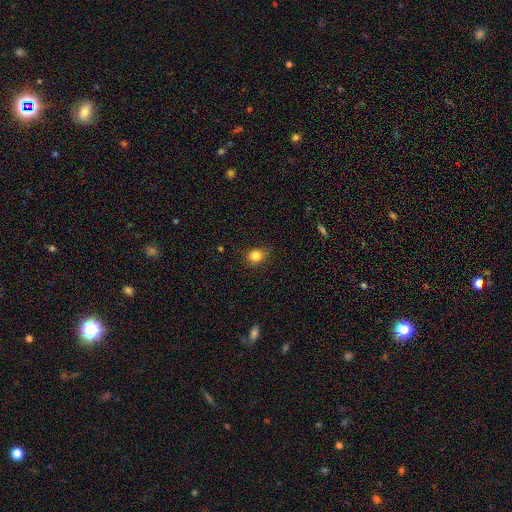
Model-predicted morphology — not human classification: smooth_or_featured: smooth (p=0.84) [alt: star or artifact p=0.11]
how_rounded: round (p=0.67) [alt: in between p=0.32]
merging: none (p=0.83) [alt: minor disturbance p=0.13]